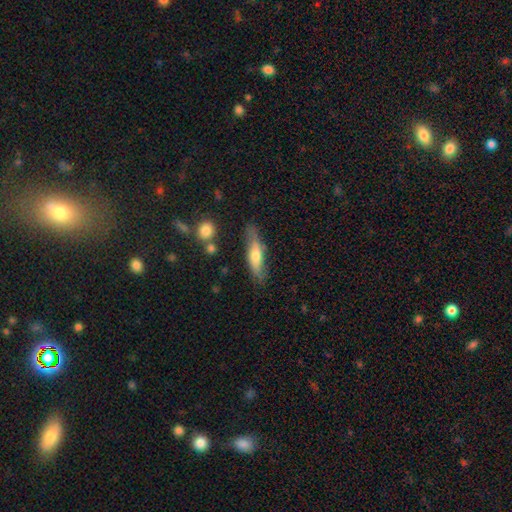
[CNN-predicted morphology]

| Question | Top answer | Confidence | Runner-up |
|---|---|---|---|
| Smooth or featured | smooth | 57% | featured or disk (37%) |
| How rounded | cigar-shaped | 67% | in between (30%) |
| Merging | none | 71% | minor disturbance (20%) |